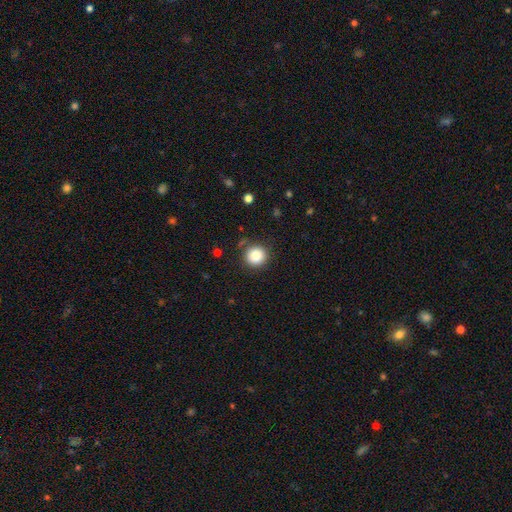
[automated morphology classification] Smooth or featured?
  - smooth: 85% *
  - star or artifact: 10%
  - featured or disk: 5%
How rounded?
  - round: 93% *
  - in between: 6%
  - cigar-shaped: 1%
Merging?
  - none: 86% *
  - minor disturbance: 9%
  - major disturbance: 3%
  - merger: 2%